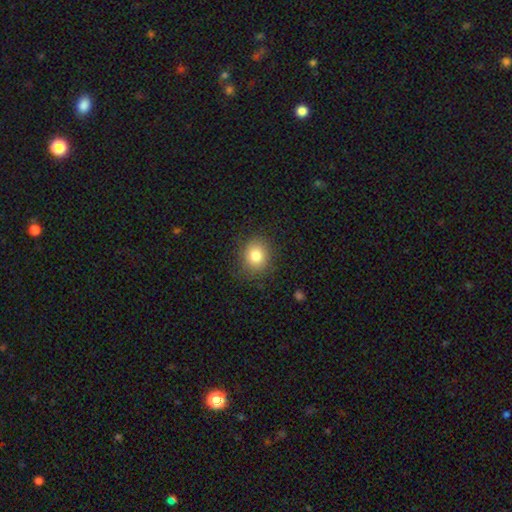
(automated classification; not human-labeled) Overall: smooth (80%). How rounded: round (73%). Merging: none (86%).